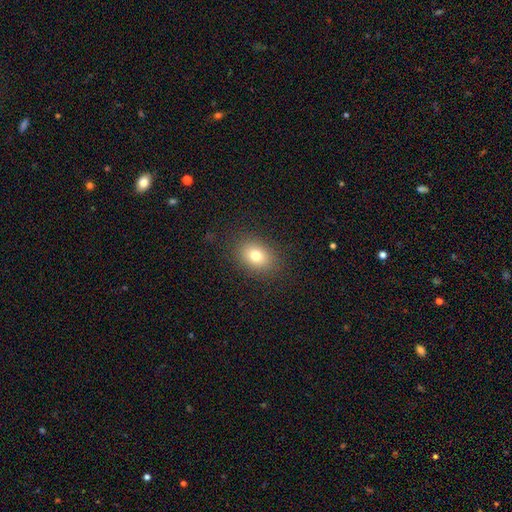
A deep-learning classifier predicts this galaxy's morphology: Smooth or featured: smooth — 79% (star or artifact — 11%)
How rounded: in between — 67% (round — 32%)
Merging: none — 87% (minor disturbance — 9%)